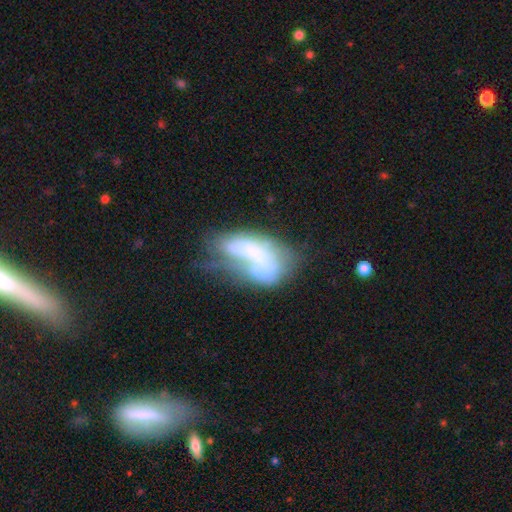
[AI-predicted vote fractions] Overall: featured or disk (48%; smooth 42%). Merging: major disturbance (37%; merger 26%).